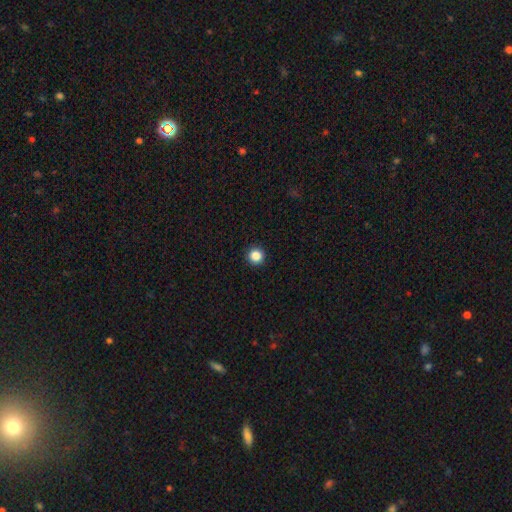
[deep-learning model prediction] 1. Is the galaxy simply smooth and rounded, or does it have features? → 86% smooth, 11% star or artifact, 3% featured or disk.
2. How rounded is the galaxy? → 96% round, 3% in between, 1% cigar-shaped.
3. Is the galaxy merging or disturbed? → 94% none, 4% minor disturbance, 1% major disturbance, 1% merger.